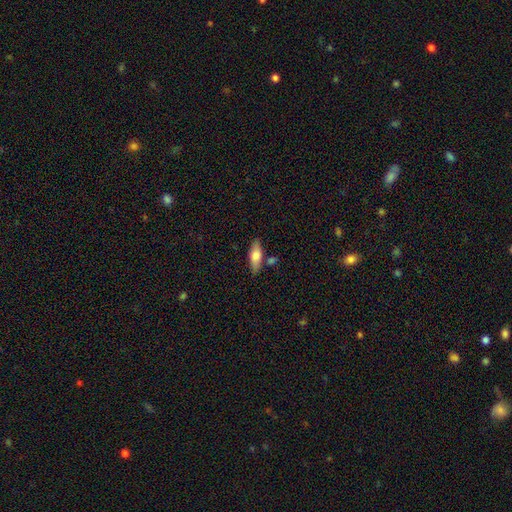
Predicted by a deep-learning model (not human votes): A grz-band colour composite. It shows a smooth galaxy with no disk features (68%) that is in between round and cigar-shaped (64%). Merging: none (75%).